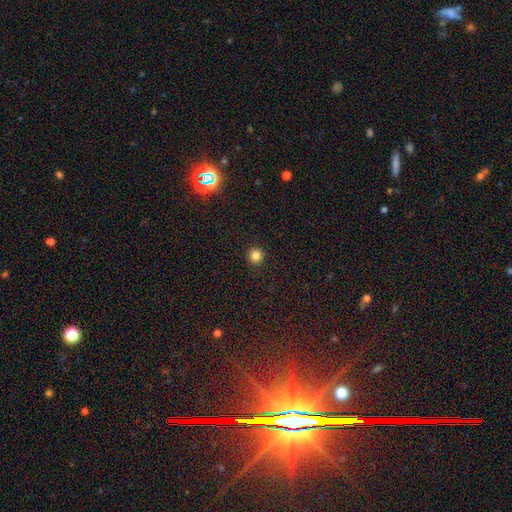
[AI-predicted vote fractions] The model was most divided on "smooth or featured": smooth: 83%, star or artifact: 13%, featured or disk: 4%. More confident: how rounded — round (95%); merging — none (93%).